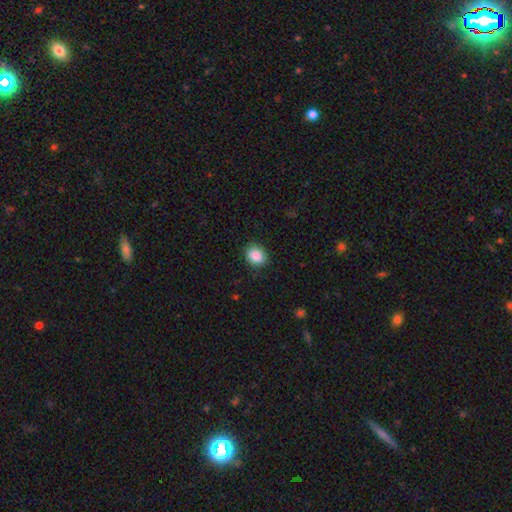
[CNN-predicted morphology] Smooth or featured? smooth (88%)
How rounded? round (58%)
Merging? none (85%)